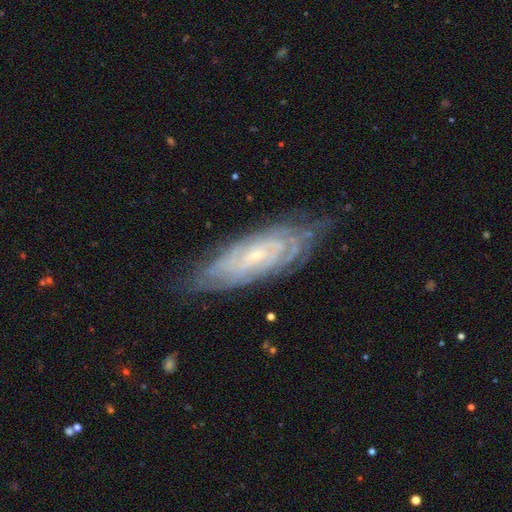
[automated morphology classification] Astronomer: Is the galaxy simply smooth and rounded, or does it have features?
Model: featured or disk — 82%.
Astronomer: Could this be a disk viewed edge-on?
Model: no — 86%.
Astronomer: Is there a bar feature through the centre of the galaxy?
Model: no — 60%.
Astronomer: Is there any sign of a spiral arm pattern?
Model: yes — 94%.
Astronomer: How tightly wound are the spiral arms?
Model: tight — 79%.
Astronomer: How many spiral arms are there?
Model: can't tell — 48%.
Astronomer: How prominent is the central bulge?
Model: small — 79%.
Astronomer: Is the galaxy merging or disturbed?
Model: none — 71%.